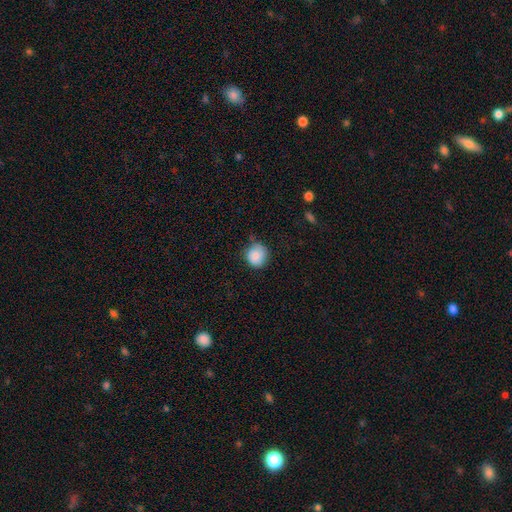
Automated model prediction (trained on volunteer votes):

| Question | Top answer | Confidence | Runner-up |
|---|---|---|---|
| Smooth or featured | smooth | 84% | star or artifact (9%) |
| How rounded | round | 86% | in between (13%) |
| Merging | none | 71% | minor disturbance (23%) |